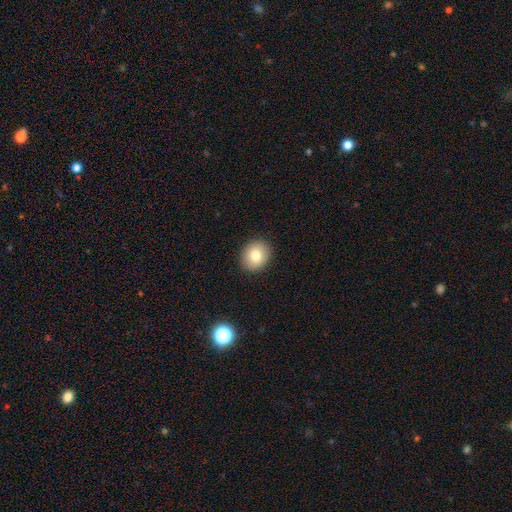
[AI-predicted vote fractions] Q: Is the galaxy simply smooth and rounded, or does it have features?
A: smooth — 80%.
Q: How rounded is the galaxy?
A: round — 65%.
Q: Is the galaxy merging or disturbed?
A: none — 91%.